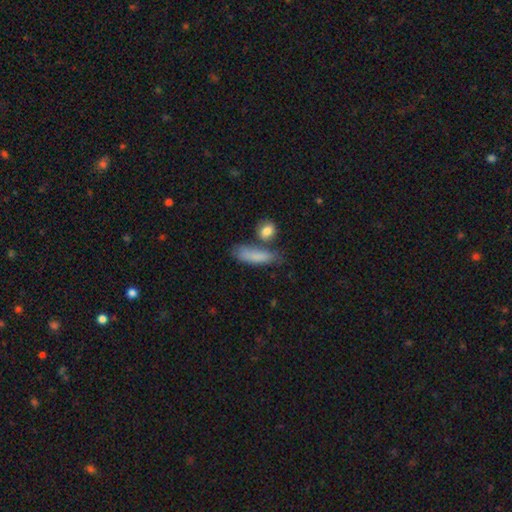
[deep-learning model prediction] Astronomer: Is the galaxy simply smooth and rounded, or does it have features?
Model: smooth — 81%.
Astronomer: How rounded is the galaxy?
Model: cigar-shaped — 55% (runner-up: in between, 41%).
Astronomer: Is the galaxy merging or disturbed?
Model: none — 57%.